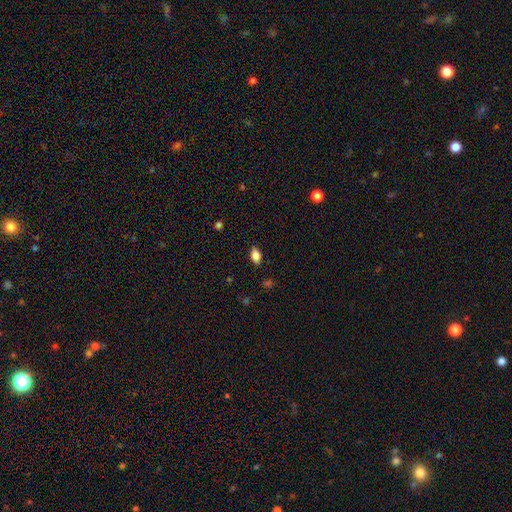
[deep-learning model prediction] smooth 83%, star or artifact 9%, featured or disk 8%. Down the decision tree: how rounded — in between (89%); merging — none (87%).